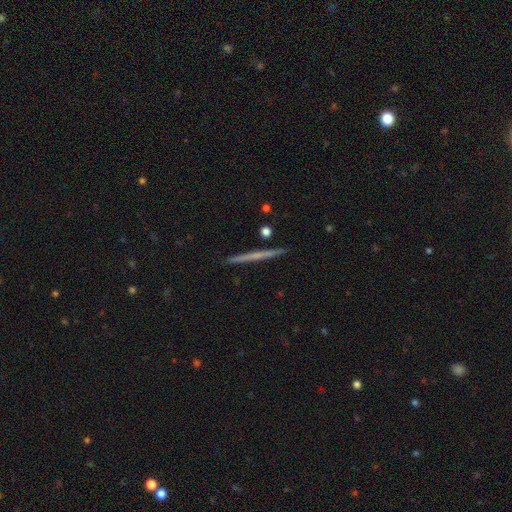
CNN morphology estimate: Smooth or featured: featured or disk — 52% (smooth — 42%)
Edge-on disk: yes — 98% (no — 2%)
Edge-on bulge: none — 87% (rounded — 10%)
Merging: none — 92% (minor disturbance — 5%)